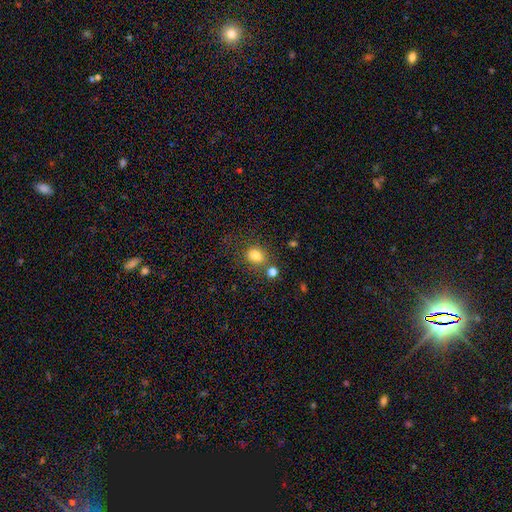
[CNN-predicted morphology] Smooth or featured: smooth — 80% (star or artifact — 13%)
How rounded: round — 53% (in between — 46%)
Merging: none — 65% (minor disturbance — 15%)